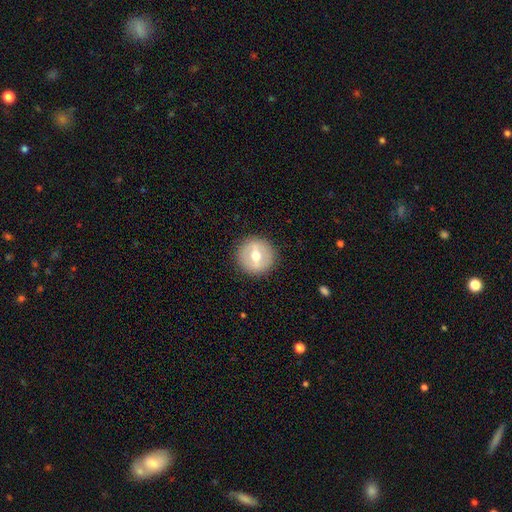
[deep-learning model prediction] Smooth or featured?
  - featured or disk: 48% *
  - smooth: 45%
  - star or artifact: 7%
Merging?
  - none: 90% *
  - minor disturbance: 7%
  - major disturbance: 2%
  - merger: 1%